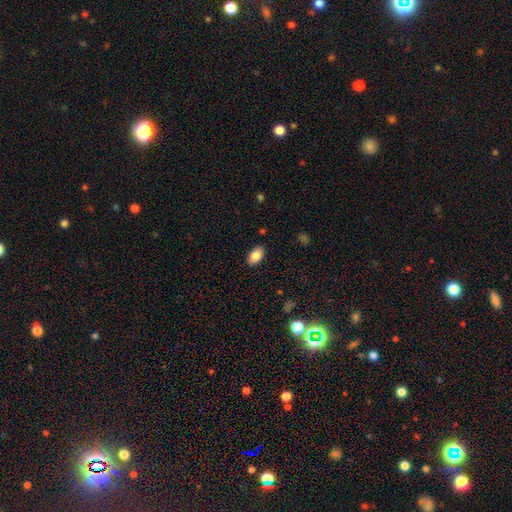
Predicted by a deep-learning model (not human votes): The model was most divided on "merging": none: 87%, minor disturbance: 10%, major disturbance: 2%, merger: 1%. More confident: how rounded — in between (92%); smooth or featured — smooth (86%).